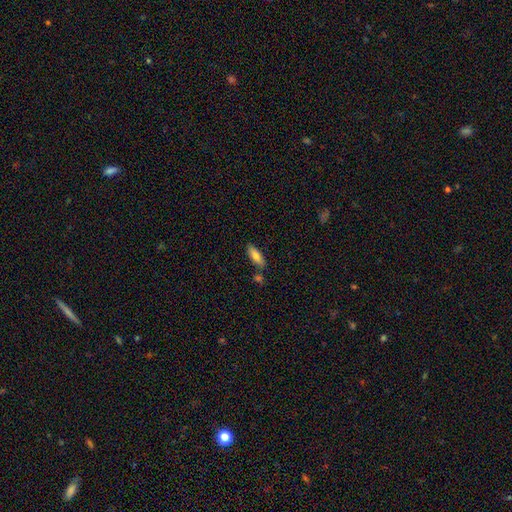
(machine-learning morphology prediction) The model was most divided on "how rounded": in between: 63%, cigar-shaped: 35%, round: 2%. More confident: smooth or featured — smooth (77%); merging — none (77%).